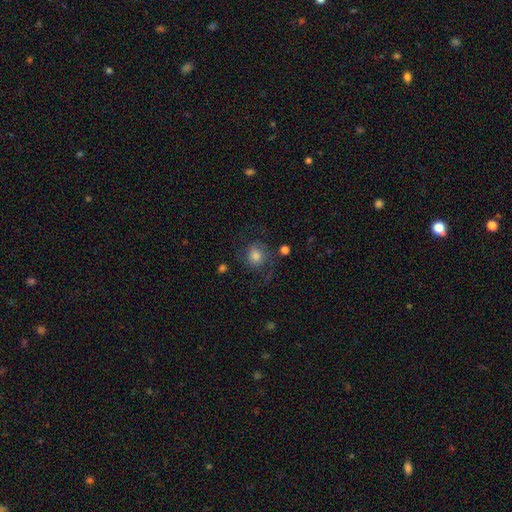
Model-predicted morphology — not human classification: Q: Smooth or featured?
A: featured or disk (47%); runner-up: smooth (41%)
Q: Merging?
A: none (64%); runner-up: major disturbance (17%)